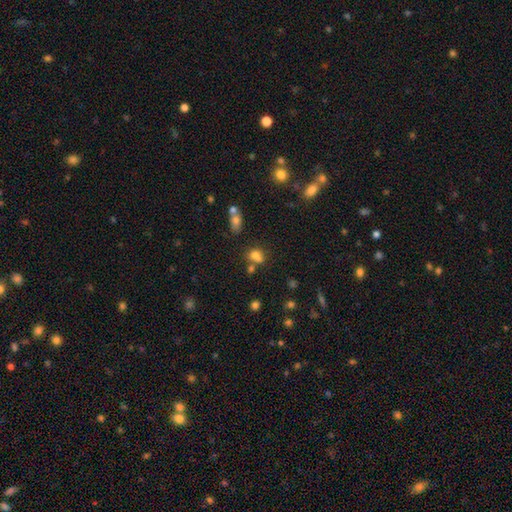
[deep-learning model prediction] Smooth or featured? Predicted: smooth (p=0.74). How rounded? Predicted: in between (p=0.58). Merging? Predicted: none (p=0.41).